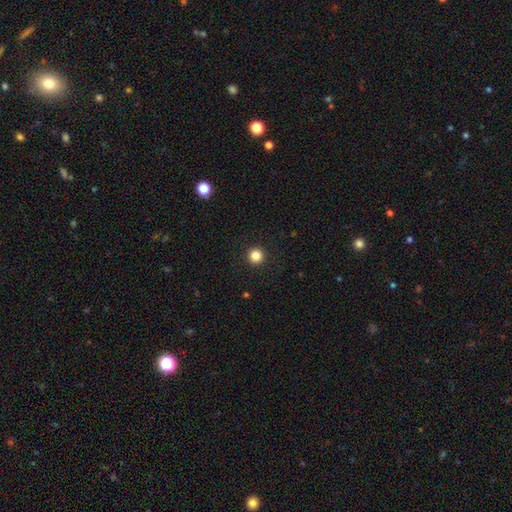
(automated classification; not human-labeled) Morphology: type=smooth (84%); roundness=round (96%); merging=none (94%).